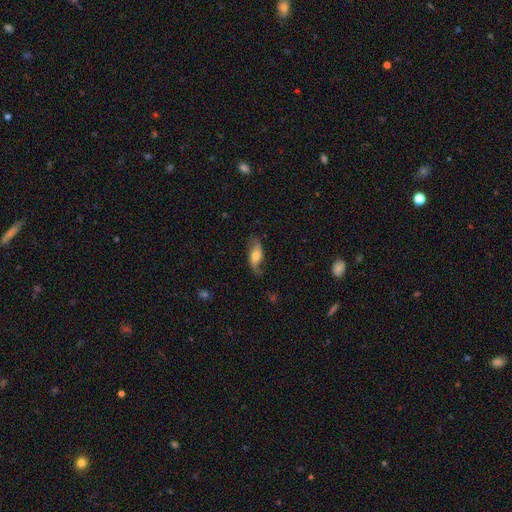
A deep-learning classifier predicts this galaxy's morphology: smooth-or-featured: featured or disk: 62% | smooth: 31% | star or artifact: 7%
  disk-edge-on: no: 85% | yes: 15%
    bar: no: 57% | weak: 32% | strong: 11%
    has-spiral-arms: yes: 89% | no: 11%
    bulge-size: moderate: 56% | small: 19% | large: 19% | none: 4% | dominant: 3%
  merging: none: 68% | minor disturbance: 20% | major disturbance: 10% | merger: 2%